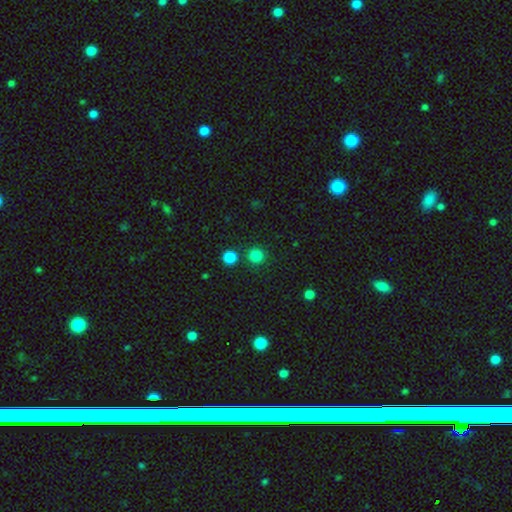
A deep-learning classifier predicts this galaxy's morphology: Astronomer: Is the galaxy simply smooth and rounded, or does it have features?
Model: smooth — 82%.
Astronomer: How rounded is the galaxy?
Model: round — 93%.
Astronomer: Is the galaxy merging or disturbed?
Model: none — 84%.